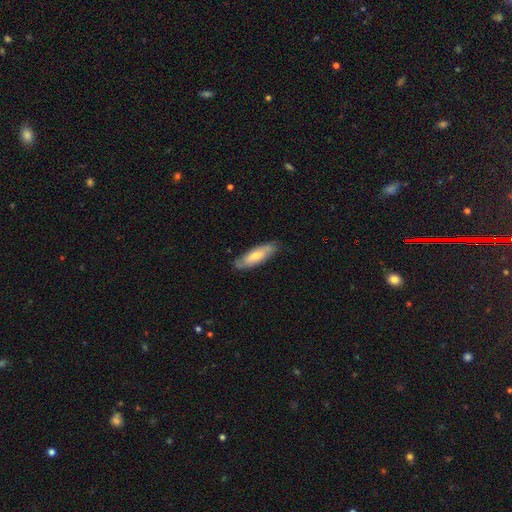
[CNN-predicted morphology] Q: Smooth or featured?
A: smooth (58%); runner-up: featured or disk (36%)
Q: How rounded?
A: in between (49%); tied with: cigar-shaped (49%)
Q: Merging?
A: none (80%); runner-up: minor disturbance (16%)